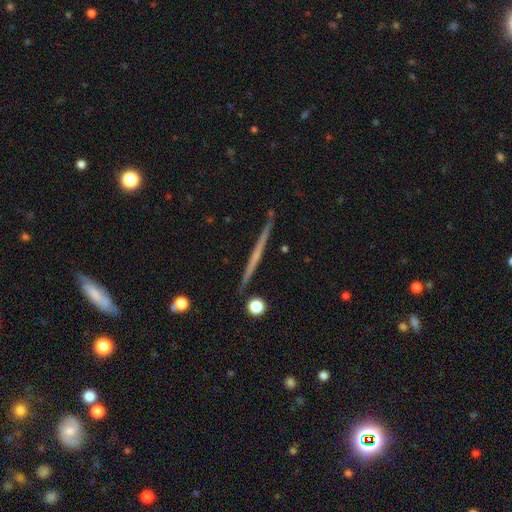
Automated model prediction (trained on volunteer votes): Smooth or featured: featured or disk — 65% (smooth — 29%)
Edge-on disk: yes — 98% (no — 2%)
Edge-on bulge: none — 83% (rounded — 13%)
Merging: none — 91% (minor disturbance — 6%)